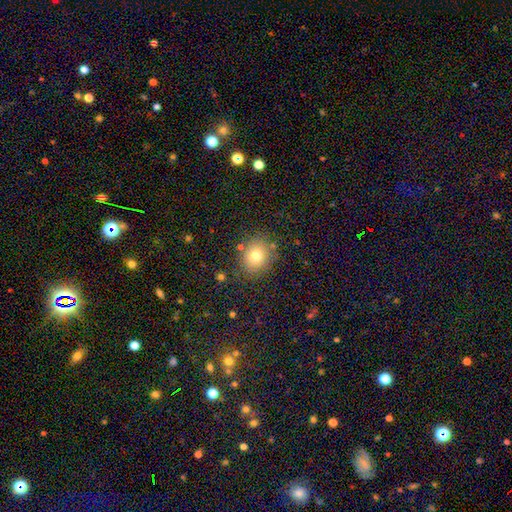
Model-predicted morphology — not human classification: The model was most divided on "how rounded": round: 64%, in between: 35%, cigar-shaped: 1%. More confident: merging — none (81%); smooth or featured — smooth (76%).